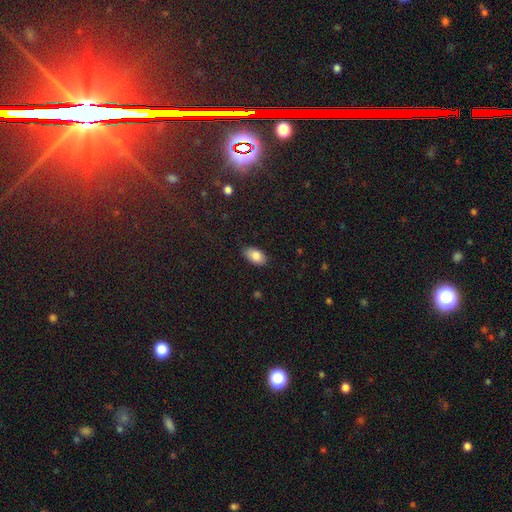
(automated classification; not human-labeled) A smooth galaxy with no disk features (85%) that is in between round and cigar-shaped (94%). Merging: none (85%).